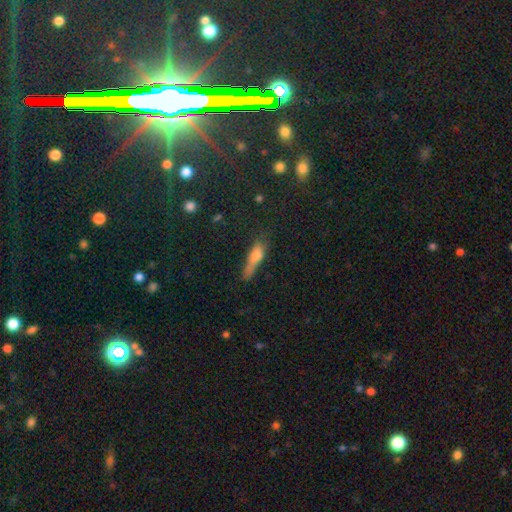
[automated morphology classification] Overall: smooth (66%). How rounded: cigar-shaped (74%). Merging: none (51%; minor disturbance 29%).